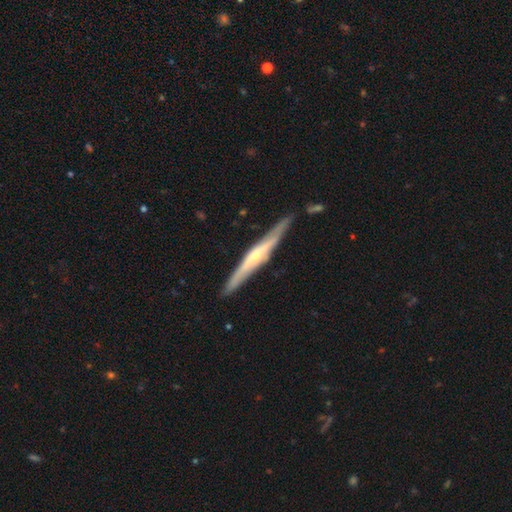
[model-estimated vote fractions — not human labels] This is likely a featured or disk galaxy (75%). It is clearly viewed edge-on (96%). Edge-on bulge: likely rounded (80%). Merging: clearly none (87%).